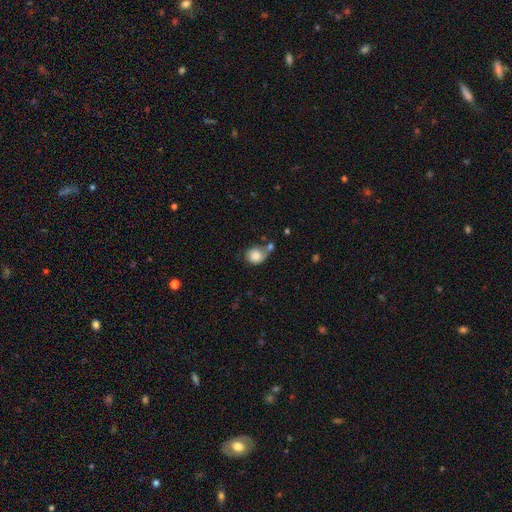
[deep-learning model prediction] Overall: smooth (76%). How rounded: round (75%). Merging: none (35%; merger 27%).